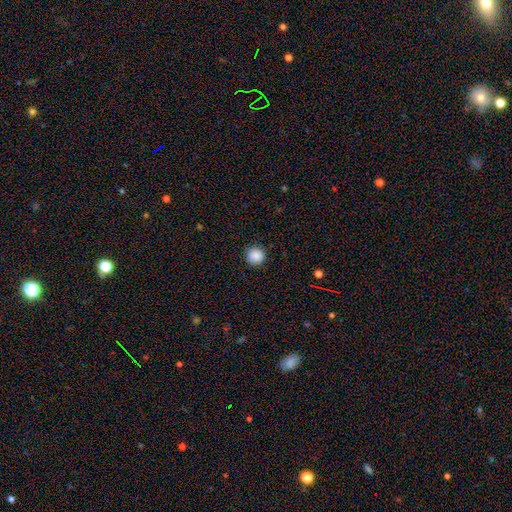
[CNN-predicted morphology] smooth 88%, star or artifact 9%, featured or disk 3%. Down the decision tree: how rounded — round (95%); merging — none (91%).